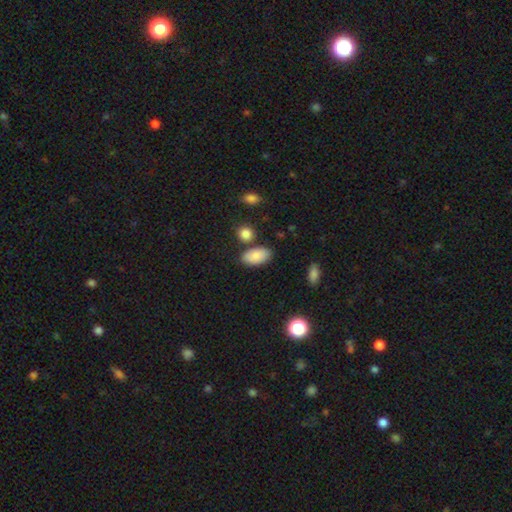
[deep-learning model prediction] Smooth or featured? smooth (86%)
How rounded? in between (93%)
Merging? none (76%)